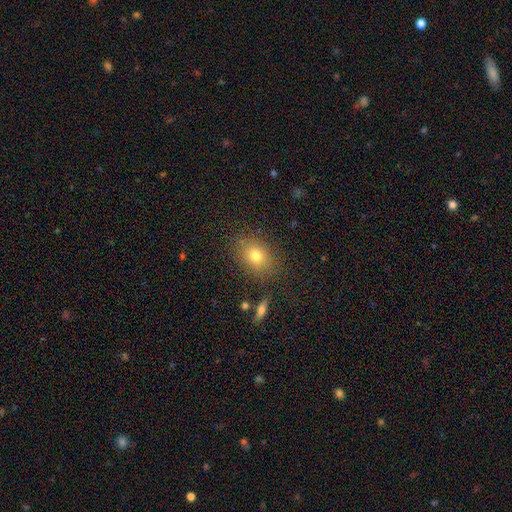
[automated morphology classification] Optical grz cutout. It shows a smooth galaxy with no disk features (76%) that is in between round and cigar-shaped (64%). Merging: none (83%).